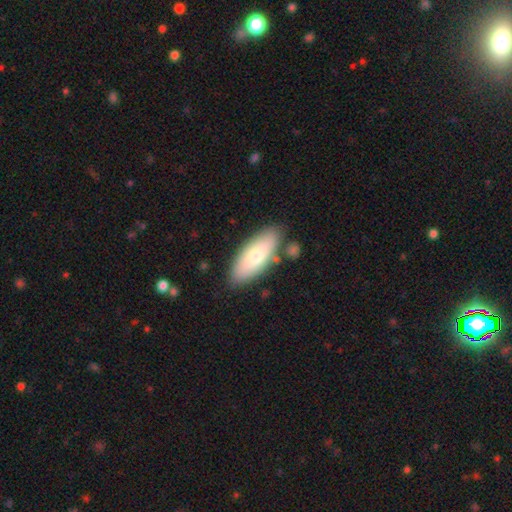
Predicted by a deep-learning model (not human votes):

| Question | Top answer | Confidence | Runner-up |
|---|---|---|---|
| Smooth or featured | smooth | 73% | featured or disk (22%) |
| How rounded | in between | 77% | cigar-shaped (21%) |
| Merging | none | 80% | minor disturbance (12%) |